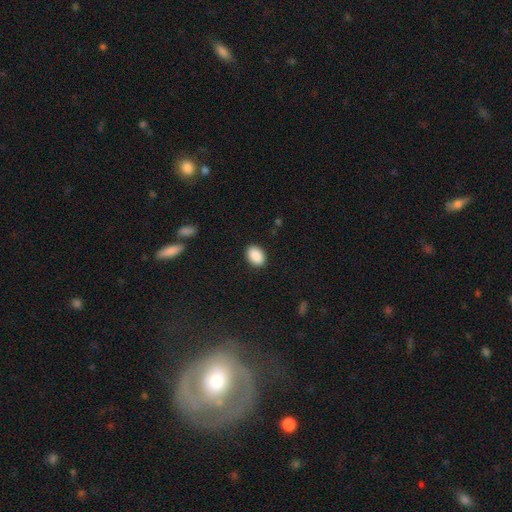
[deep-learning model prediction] smooth-or-featured: smooth: 90% | star or artifact: 7% | featured or disk: 3%
  how-rounded: in between: 82% | round: 17% | cigar-shaped: 1%
  merging: none: 90% | minor disturbance: 7% | major disturbance: 2% | merger: 1%